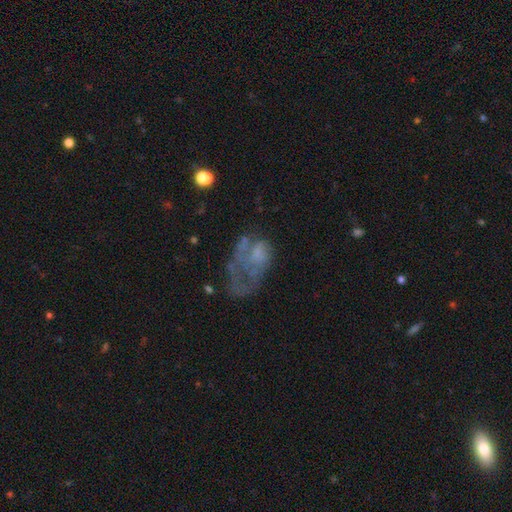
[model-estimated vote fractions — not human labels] Q: Smooth or featured?
A: featured or disk (54%); runner-up: smooth (33%)
Q: Edge-on disk?
A: no (97%); runner-up: yes (3%)
Q: Bar?
A: no (87%); runner-up: weak (11%)
Q: Spiral arms?
A: no (75%); runner-up: yes (25%)
Q: Bulge size?
A: none (62%); runner-up: small (17%)
Q: Merging?
A: major disturbance (49%); runner-up: none (25%)